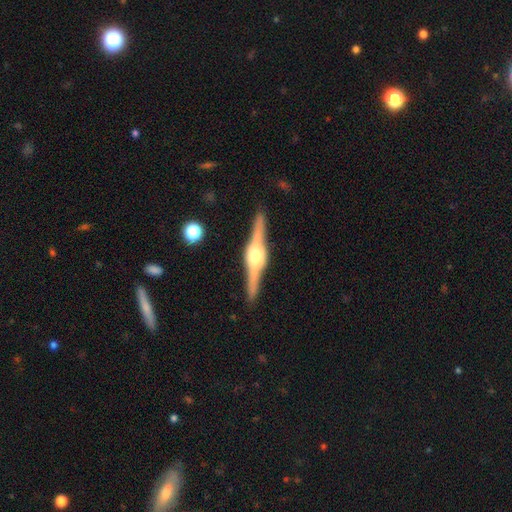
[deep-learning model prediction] Q: Smooth or featured?
A: featured or disk (85%); runner-up: smooth (10%)
Q: Edge-on disk?
A: yes (98%); runner-up: no (2%)
Q: Edge-on bulge?
A: rounded (88%); runner-up: boxy (11%)
Q: Merging?
A: none (90%); runner-up: minor disturbance (7%)